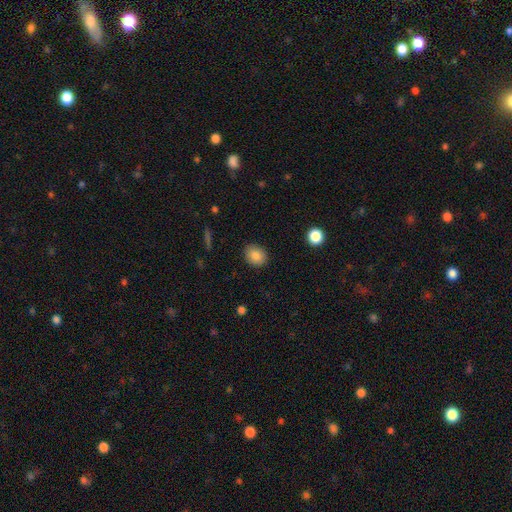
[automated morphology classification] Smooth or featured?
  - smooth: 85% *
  - star or artifact: 9%
  - featured or disk: 6%
How rounded?
  - round: 62% *
  - in between: 37%
  - cigar-shaped: 1%
Merging?
  - none: 88% *
  - minor disturbance: 8%
  - major disturbance: 2%
  - merger: 1%